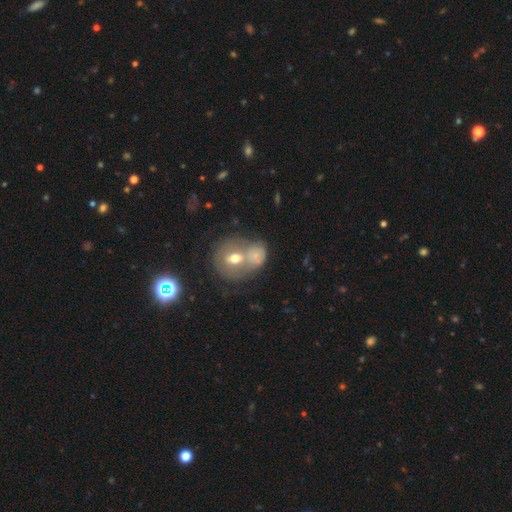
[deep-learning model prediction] The model was most divided on "smooth or featured": smooth: 58%, featured or disk: 33%, star or artifact: 10%. More confident: how rounded — round (65%); merging — merger (63%).